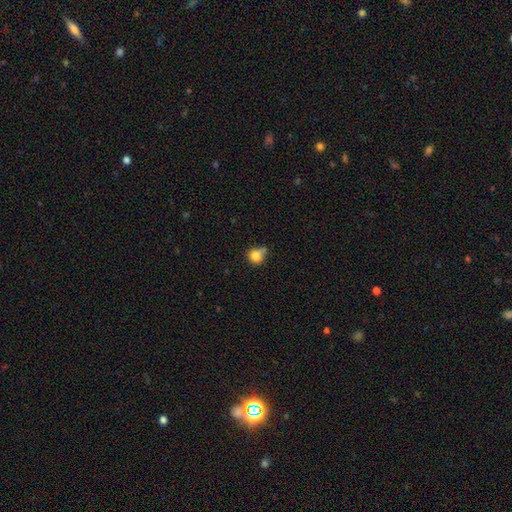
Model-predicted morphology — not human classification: Q: Smooth or featured?
A: smooth (79%); runner-up: star or artifact (11%)
Q: How rounded?
A: round (80%); runner-up: in between (19%)
Q: Merging?
A: none (45%); runner-up: minor disturbance (28%)